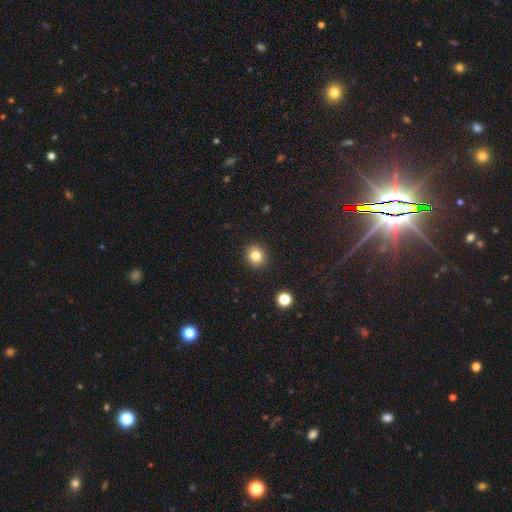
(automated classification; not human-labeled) Smooth or featured? Predicted: smooth (p=0.82). How rounded? Predicted: round (p=0.79). Merging? Predicted: none (p=0.91).